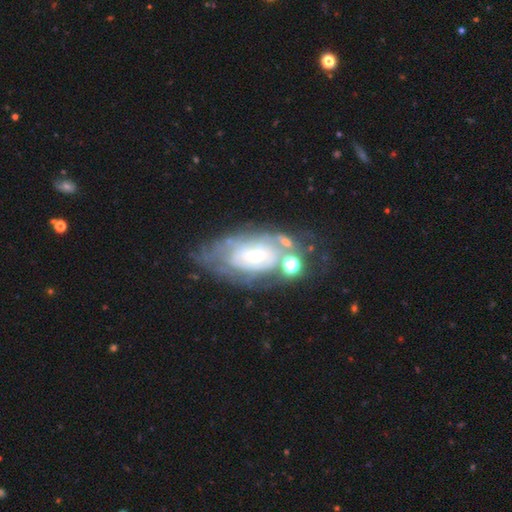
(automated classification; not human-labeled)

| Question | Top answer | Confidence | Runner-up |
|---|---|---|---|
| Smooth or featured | featured or disk | 74% | smooth (18%) |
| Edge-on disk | no | 93% | yes (7%) |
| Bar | no | 71% | weak (23%) |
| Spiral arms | yes | 76% | no (24%) |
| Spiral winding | tight | 68% | medium (23%) |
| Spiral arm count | can't tell | 64% | 2 (15%) |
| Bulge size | small | 61% | moderate (28%) |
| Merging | none | 51% | minor disturbance (22%) |